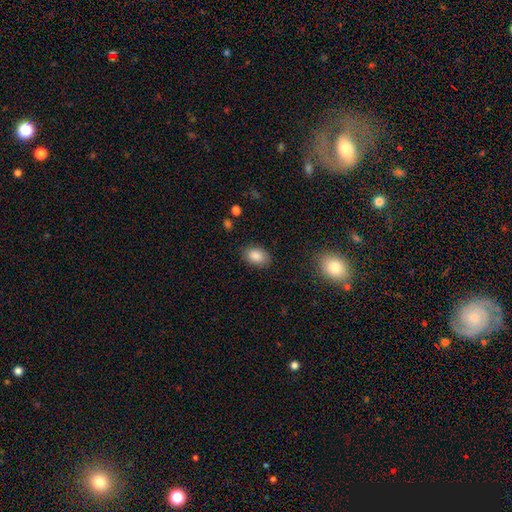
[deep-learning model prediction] Q: Smooth or featured?
A: smooth (86%); runner-up: star or artifact (8%)
Q: How rounded?
A: in between (84%); runner-up: round (15%)
Q: Merging?
A: none (83%); runner-up: minor disturbance (12%)